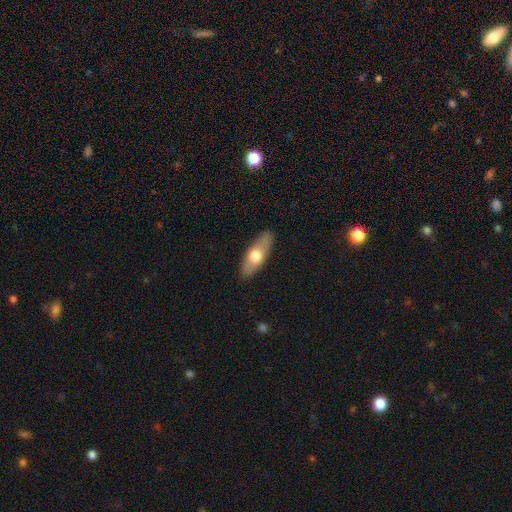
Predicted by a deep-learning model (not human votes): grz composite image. It shows a smooth galaxy with no disk features (60%) that is in between round and cigar-shaped (60%). Merging: none (87%).